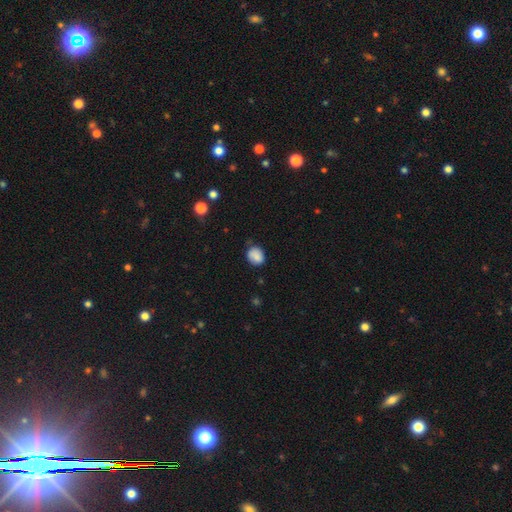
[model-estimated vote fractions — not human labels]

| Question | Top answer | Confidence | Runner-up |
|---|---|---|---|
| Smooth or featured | smooth | 83% | star or artifact (9%) |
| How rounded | round | 62% | in between (37%) |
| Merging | none | 69% | minor disturbance (24%) |